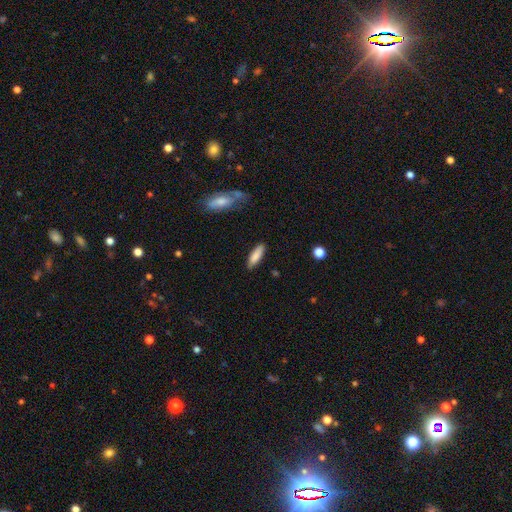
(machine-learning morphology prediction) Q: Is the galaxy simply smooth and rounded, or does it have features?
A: smooth — 85%.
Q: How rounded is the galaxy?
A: cigar-shaped — 51%.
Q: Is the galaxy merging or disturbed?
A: none — 85%.